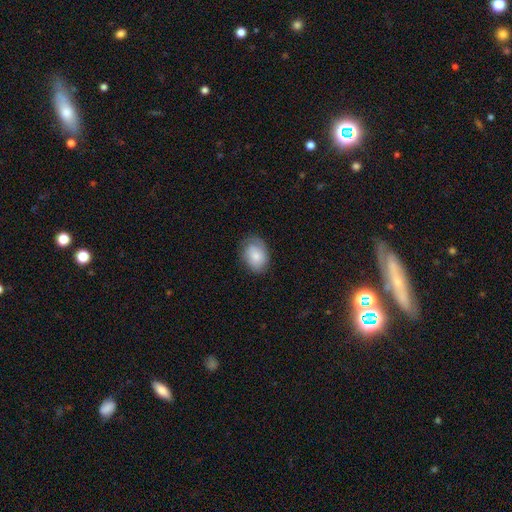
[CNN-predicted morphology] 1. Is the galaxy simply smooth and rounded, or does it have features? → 74% smooth, 19% featured or disk, 7% star or artifact.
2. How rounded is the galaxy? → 75% in between, 24% round, 1% cigar-shaped.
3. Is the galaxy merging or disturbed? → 73% none, 20% minor disturbance, 6% major disturbance, 1% merger.